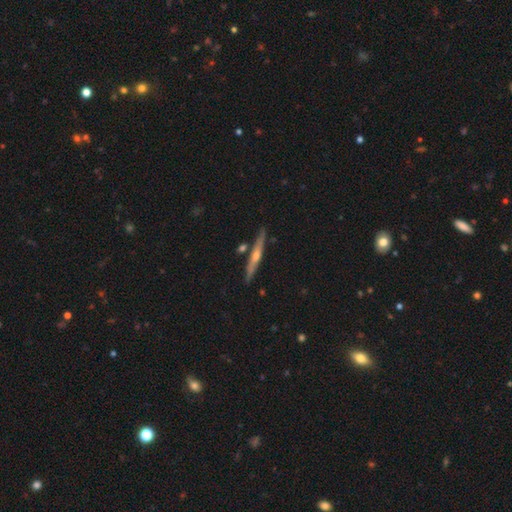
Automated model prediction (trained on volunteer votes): The model was most divided on "smooth or featured": featured or disk: 66%, smooth: 28%, star or artifact: 6%. More confident: edge-on disk — yes (96%); merging — none (84%); edge-on bulge — rounded (71%).